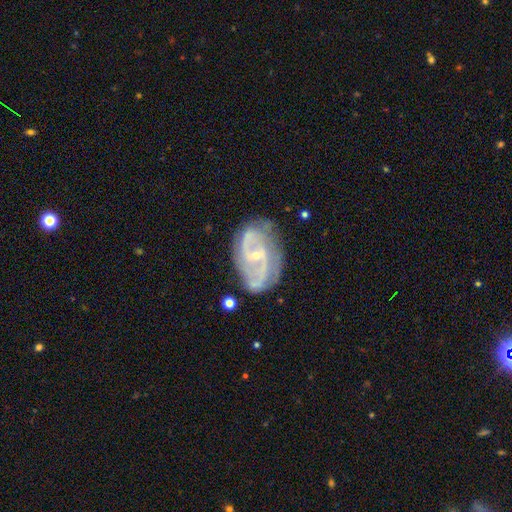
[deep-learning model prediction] This appears to be a featured or disk galaxy (85%) with a weak bar (45%), 2 (57%) medium (47%) spiral arms (93%) and a small central bulge (78%). Merging: none (62%).